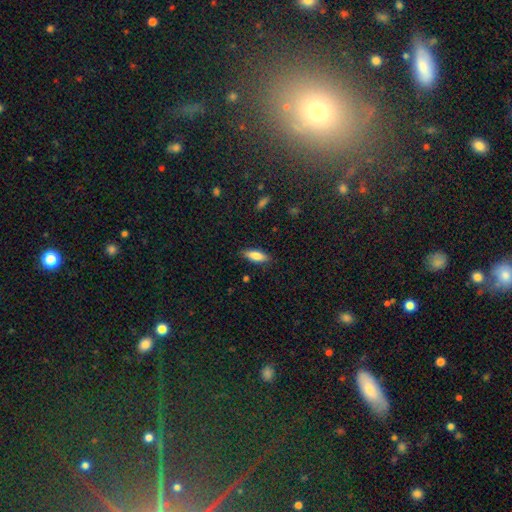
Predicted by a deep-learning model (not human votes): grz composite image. It shows a smooth galaxy with no disk features (82%) that is in between round and cigar-shaped (63%). Merging: none (85%).